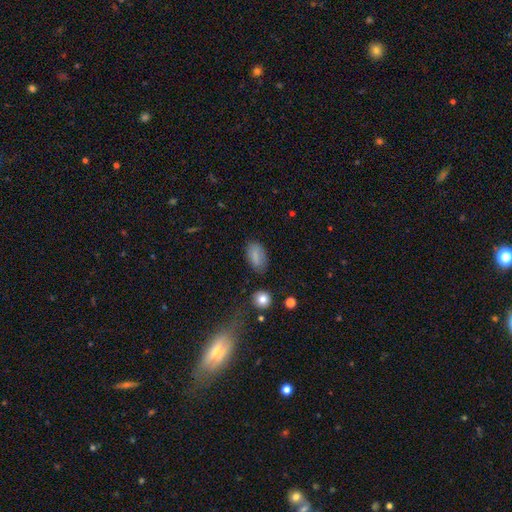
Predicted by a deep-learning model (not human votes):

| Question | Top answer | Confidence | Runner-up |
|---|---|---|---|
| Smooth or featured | smooth | 83% | featured or disk (9%) |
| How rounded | in between | 93% | round (5%) |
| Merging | none | 74% | minor disturbance (19%) |